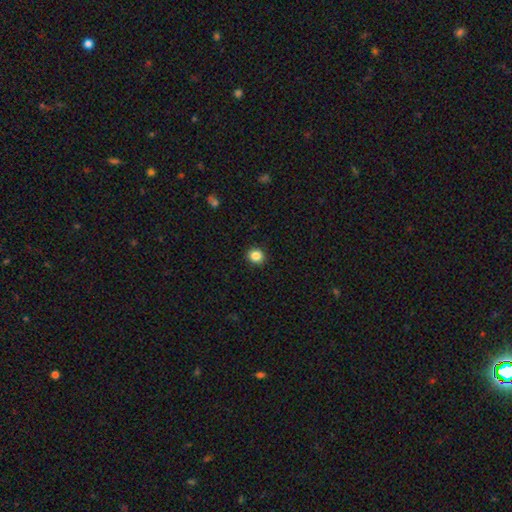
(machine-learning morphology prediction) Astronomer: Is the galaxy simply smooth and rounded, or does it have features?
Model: smooth — 86%.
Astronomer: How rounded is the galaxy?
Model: round — 83%.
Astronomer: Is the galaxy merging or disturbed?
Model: none — 92%.